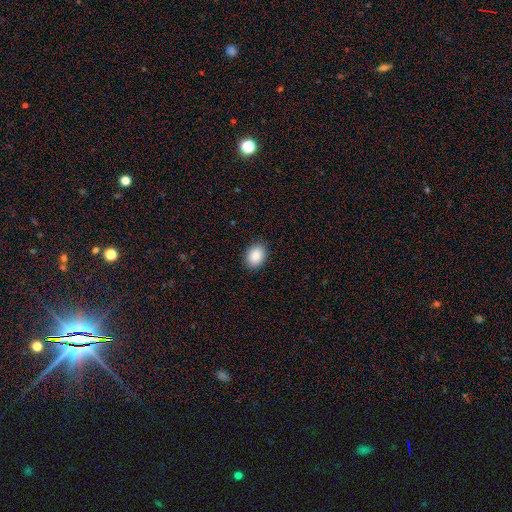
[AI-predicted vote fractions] This appears to be a smooth galaxy with no disk features (89%) that is in between round and cigar-shaped (68%). Merging: none (89%).